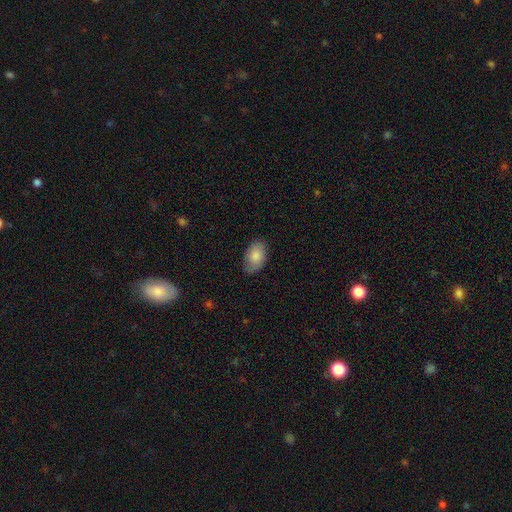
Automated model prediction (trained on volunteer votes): smooth 83%, featured or disk 11%, star or artifact 6%. Down the decision tree: how rounded — in between (92%); merging — none (80%).